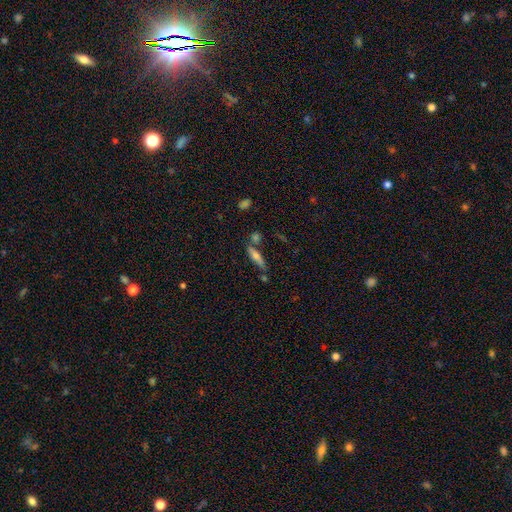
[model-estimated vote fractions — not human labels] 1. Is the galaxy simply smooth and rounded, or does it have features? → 54% smooth, 37% featured or disk, 10% star or artifact.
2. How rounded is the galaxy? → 70% cigar-shaped, 27% in between, 3% round.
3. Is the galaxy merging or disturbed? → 63% none, 18% merger, 15% minor disturbance, 5% major disturbance.